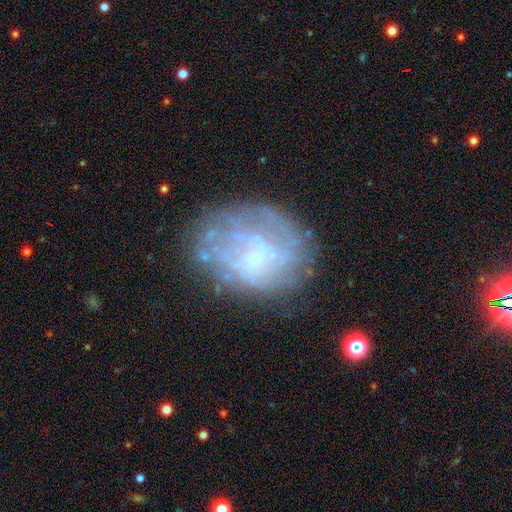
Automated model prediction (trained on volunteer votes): featured or disk 63%, smooth 25%, star or artifact 11%. Down the decision tree: edge-on disk — no (98%); bar — no (71%); spiral arms — no (58%); bulge size — small (42%); merging — none (60%).